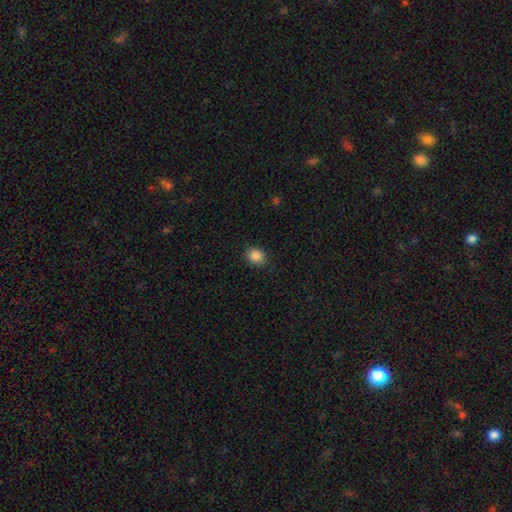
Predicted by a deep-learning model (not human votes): Smooth or featured? smooth (86%)
How rounded? round (56%)
Merging? none (87%)